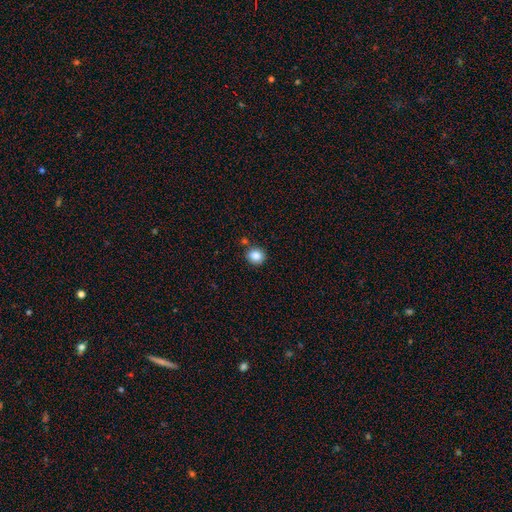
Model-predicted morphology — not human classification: Overall: smooth (86%). How rounded: round (80%). Merging: none (81%).